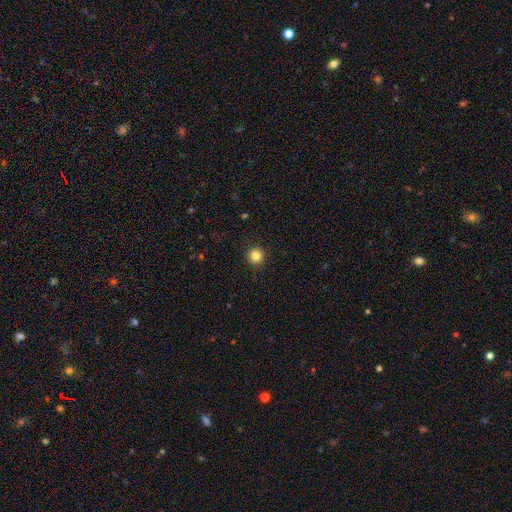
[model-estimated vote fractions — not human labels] Smooth or featured?
  - smooth: 84% *
  - star or artifact: 12%
  - featured or disk: 4%
How rounded?
  - round: 95% *
  - in between: 4%
  - cigar-shaped: 1%
Merging?
  - none: 93% *
  - minor disturbance: 4%
  - major disturbance: 2%
  - merger: 1%